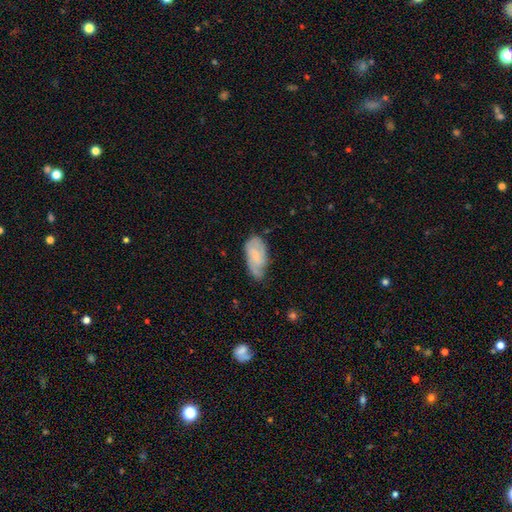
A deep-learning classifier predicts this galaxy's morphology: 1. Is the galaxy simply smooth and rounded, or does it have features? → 52% featured or disk, 41% smooth, 7% star or artifact.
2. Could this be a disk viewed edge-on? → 95% no, 5% yes.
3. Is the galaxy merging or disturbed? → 52% none, 35% minor disturbance, 11% major disturbance, 2% merger.